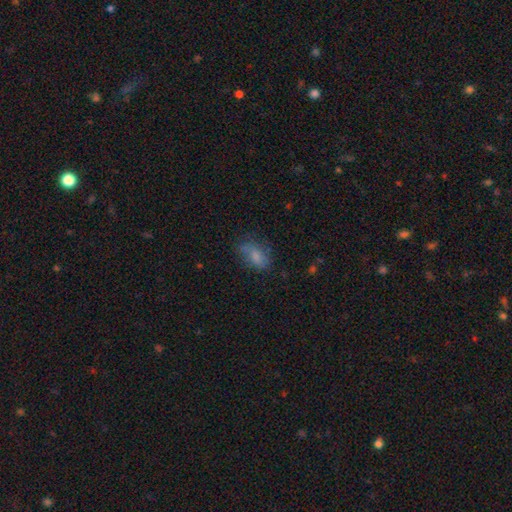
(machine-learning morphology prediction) A smooth galaxy with no disk features (76%) that is in between round and cigar-shaped (88%). Merging: none (61%).